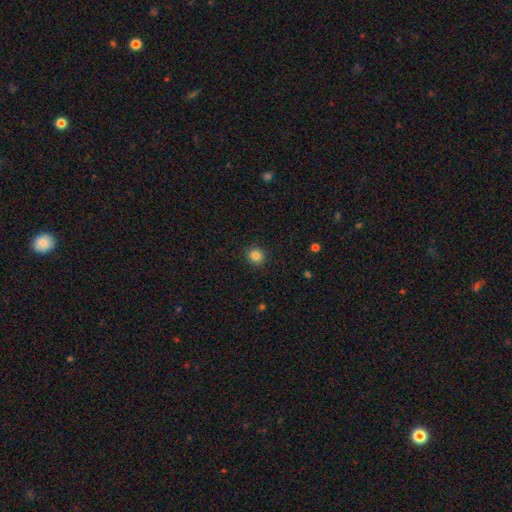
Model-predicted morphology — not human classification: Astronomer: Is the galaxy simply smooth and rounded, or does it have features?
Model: smooth — 84%.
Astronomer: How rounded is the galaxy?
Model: round — 90%.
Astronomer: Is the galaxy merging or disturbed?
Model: none — 92%.